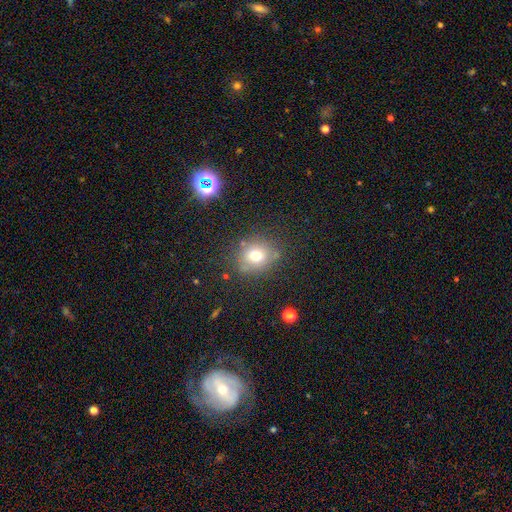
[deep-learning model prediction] smooth 72%, star or artifact 15%, featured or disk 13%. Down the decision tree: how rounded — round (72%); merging — none (76%).